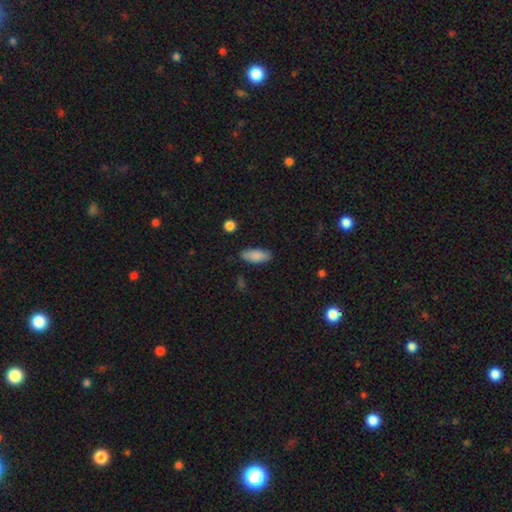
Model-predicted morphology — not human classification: Q: Smooth or featured?
A: smooth (87%); runner-up: featured or disk (7%)
Q: How rounded?
A: in between (84%); runner-up: cigar-shaped (14%)
Q: Merging?
A: none (85%); runner-up: minor disturbance (11%)